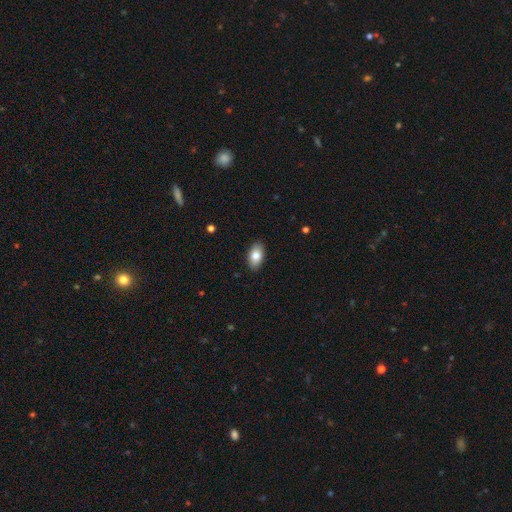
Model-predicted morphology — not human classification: Overall: smooth (83%). How rounded: in between (93%). Merging: none (89%).